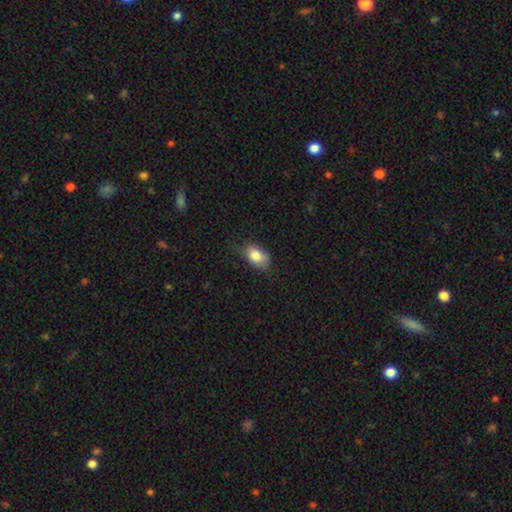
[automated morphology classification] A smooth galaxy with no disk features (82%) that is in between round and cigar-shaped (87%).

Vote fractions:
- Smooth or featured? smooth: 82% / featured or disk: 10% / star or artifact: 8%
- How rounded? in between: 87% / round: 11% / cigar-shaped: 2%
- Merging? none: 61% / minor disturbance: 29% / major disturbance: 8% / merger: 1%